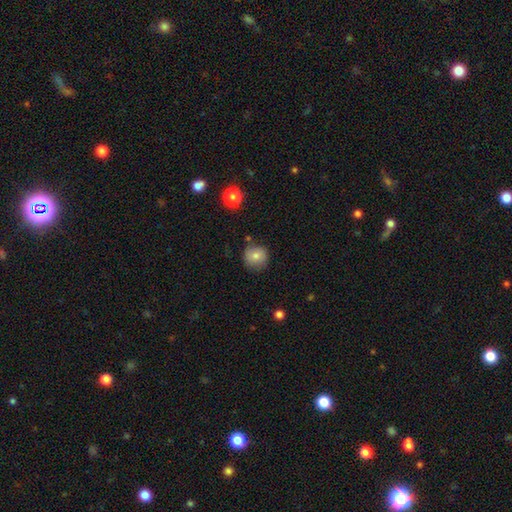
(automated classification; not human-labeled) Overall: smooth (78%). How rounded: round (92%). Merging: none (80%).